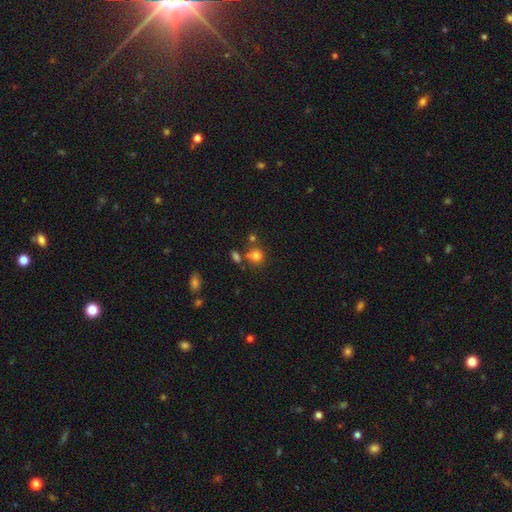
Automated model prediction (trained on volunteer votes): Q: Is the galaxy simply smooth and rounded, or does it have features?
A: smooth — 77%.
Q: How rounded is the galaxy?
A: round — 84%.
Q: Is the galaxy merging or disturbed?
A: none — 61%.